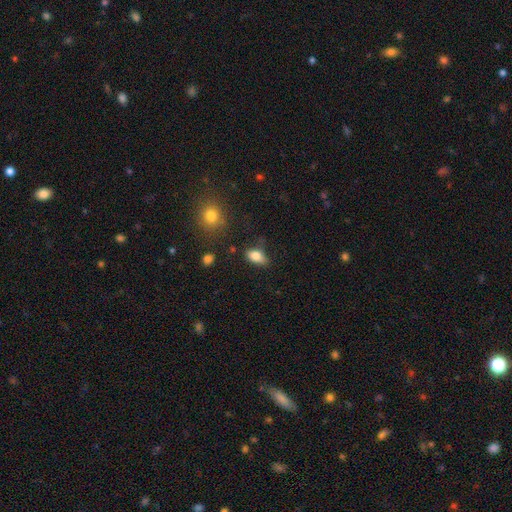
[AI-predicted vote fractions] smooth_or_featured: smooth (p=0.82) [alt: featured or disk p=0.09]
how_rounded: in between (p=0.87) [alt: round p=0.09]
merging: none (p=0.62) [alt: minor disturbance p=0.27]